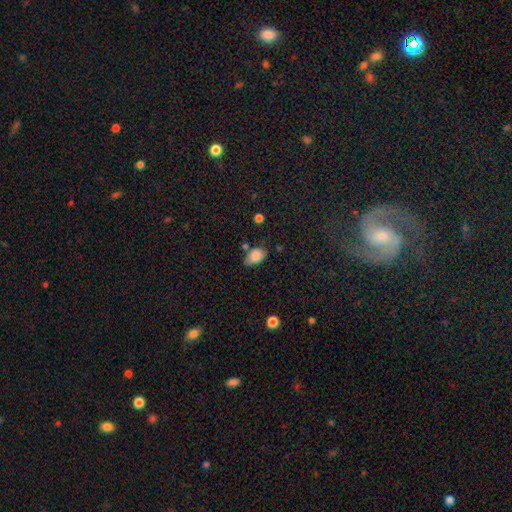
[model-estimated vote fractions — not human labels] smooth 85%, star or artifact 8%, featured or disk 7%. Down the decision tree: how rounded — in between (90%); merging — none (62%).